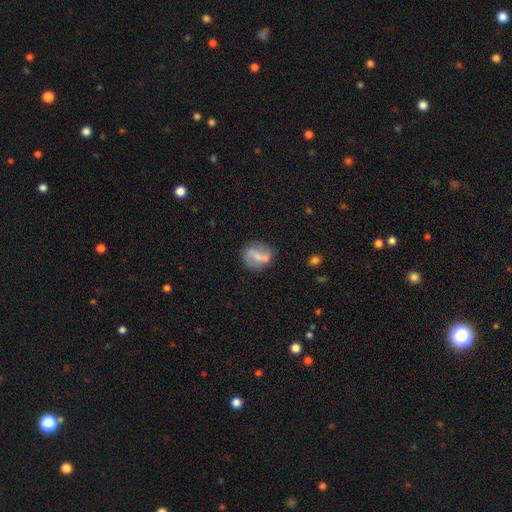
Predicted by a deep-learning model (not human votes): This is possibly a smooth galaxy (54%). How rounded: possibly round (60%). Merging: possibly none (49%).